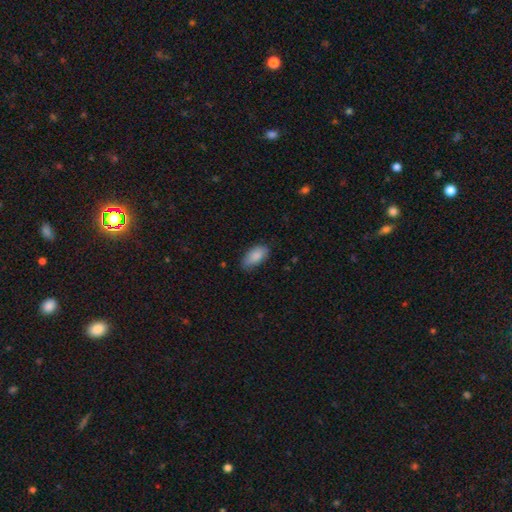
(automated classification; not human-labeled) Overall: smooth (87%). How rounded: in between (92%). Merging: none (75%).